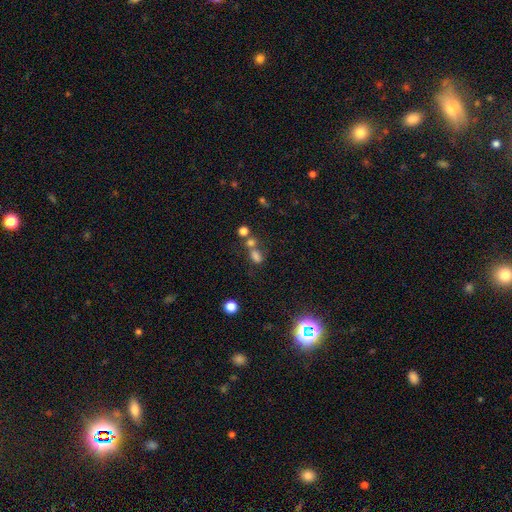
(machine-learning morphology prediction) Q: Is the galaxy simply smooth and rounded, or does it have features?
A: smooth — 69%.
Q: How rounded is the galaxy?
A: in between — 67%.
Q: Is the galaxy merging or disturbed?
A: merger — 41%.